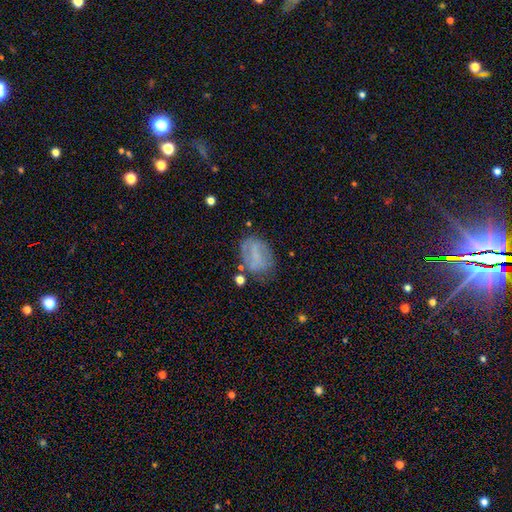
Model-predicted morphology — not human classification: smooth_or_featured: smooth (p=0.45) [alt: featured or disk p=0.44]
merging: none (p=0.58) [alt: minor disturbance p=0.25]